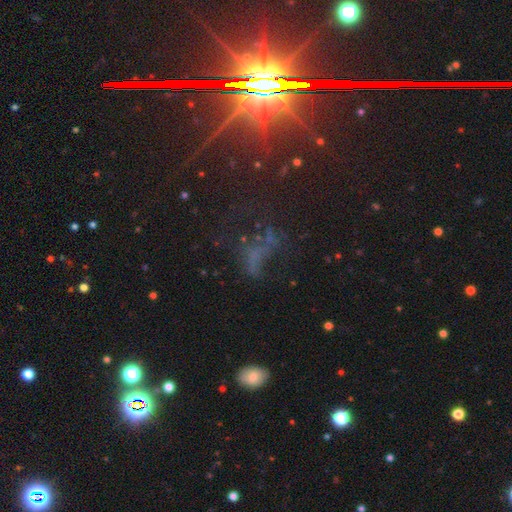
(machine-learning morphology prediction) Smooth or featured: star or artifact — 40% (smooth — 31%)